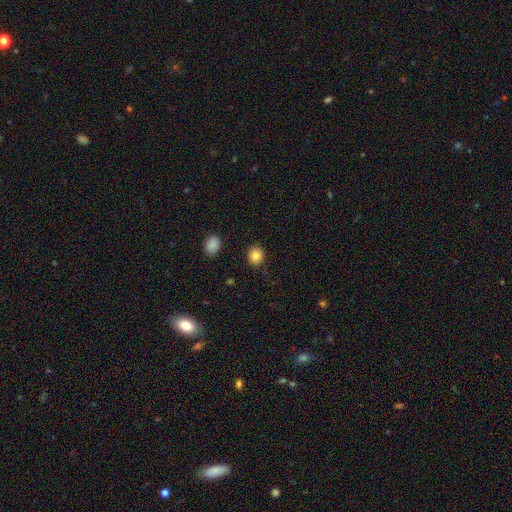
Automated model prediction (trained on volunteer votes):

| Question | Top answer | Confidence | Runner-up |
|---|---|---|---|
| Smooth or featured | smooth | 86% | star or artifact (9%) |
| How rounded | round | 70% | in between (29%) |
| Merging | none | 89% | minor disturbance (7%) |